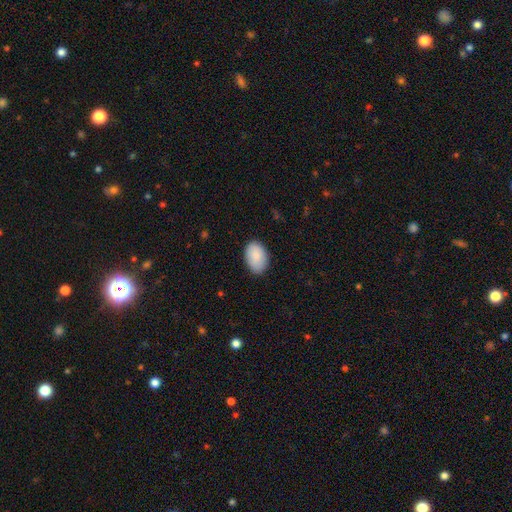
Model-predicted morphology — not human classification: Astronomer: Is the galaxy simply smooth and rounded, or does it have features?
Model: smooth — 88%.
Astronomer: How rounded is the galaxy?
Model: in between — 89%.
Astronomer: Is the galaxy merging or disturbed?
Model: none — 83%.